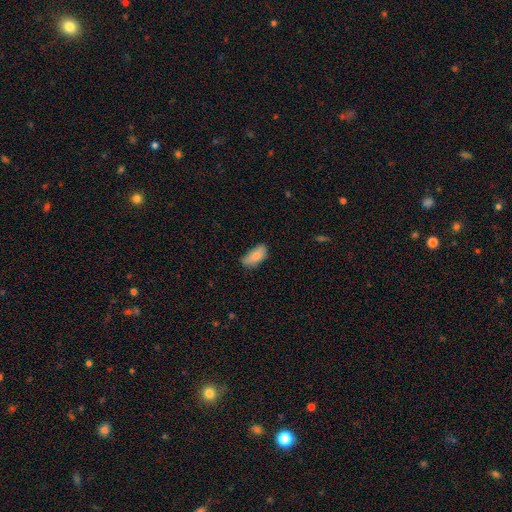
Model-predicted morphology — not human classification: A smooth galaxy with no disk features (81%) that is in between round and cigar-shaped (89%).

Vote fractions:
- Smooth or featured? smooth: 81% / featured or disk: 12% / star or artifact: 7%
- How rounded? in between: 89% / cigar-shaped: 9% / round: 3%
- Merging? none: 61% / minor disturbance: 31% / major disturbance: 6% / merger: 2%